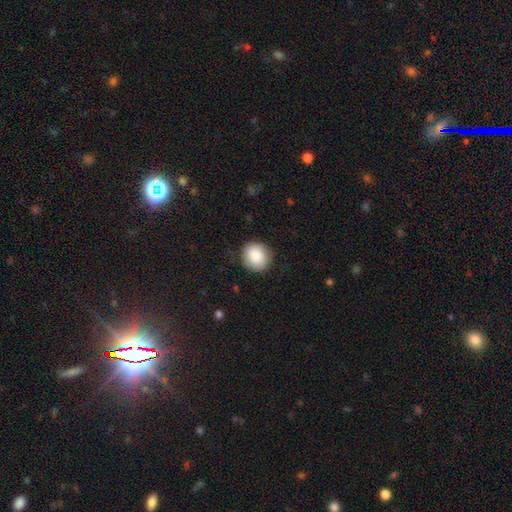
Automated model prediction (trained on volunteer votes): Morphology: type=smooth (87%); roundness=round (89%); merging=none (85%).